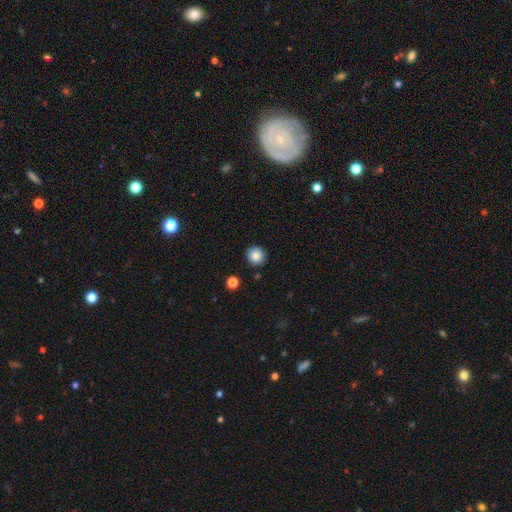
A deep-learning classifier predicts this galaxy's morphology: type=smooth (85%); roundness=round (94%); merging=none (91%).